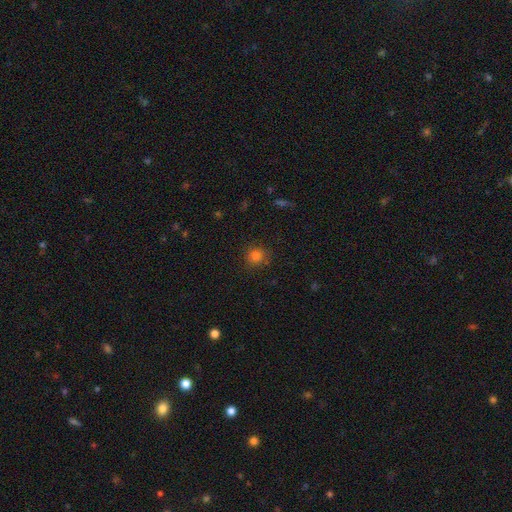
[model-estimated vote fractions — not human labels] Smooth or featured? smooth (80%)
How rounded? round (89%)
Merging? none (86%)